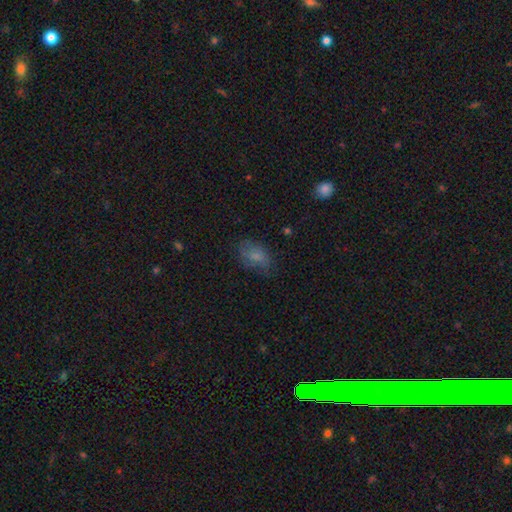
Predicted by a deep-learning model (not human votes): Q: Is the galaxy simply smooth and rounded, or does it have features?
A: smooth — 71%.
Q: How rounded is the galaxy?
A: in between — 83%.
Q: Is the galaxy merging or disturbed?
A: none — 61%.